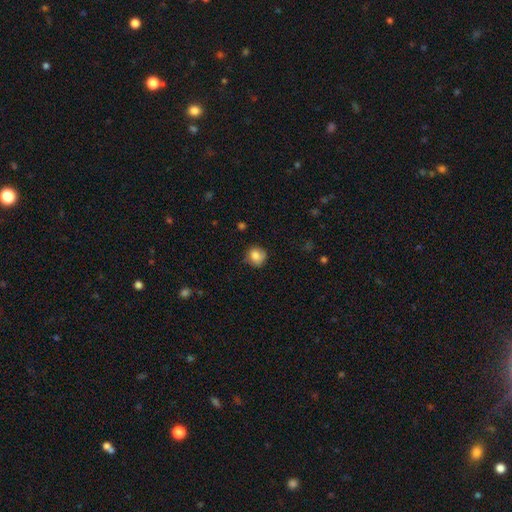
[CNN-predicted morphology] smooth-or-featured: smooth: 83% | star or artifact: 9% | featured or disk: 8%
  how-rounded: round: 84% | in between: 15% | cigar-shaped: 1%
  merging: none: 70% | minor disturbance: 23% | major disturbance: 5% | merger: 2%